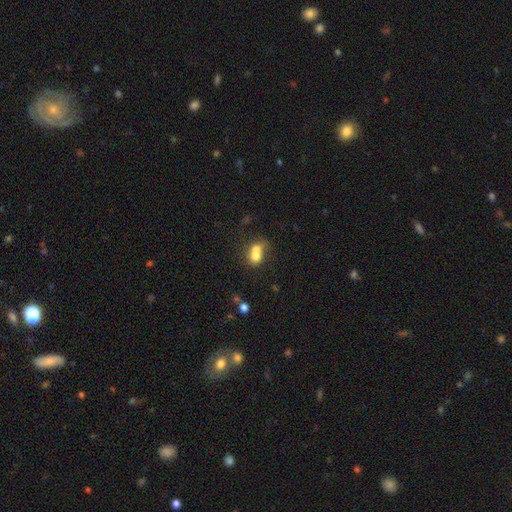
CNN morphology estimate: The model was most divided on "how rounded": round: 51%, in between: 47%, cigar-shaped: 1%. More confident: smooth or featured — smooth (68%); merging — merger (65%).